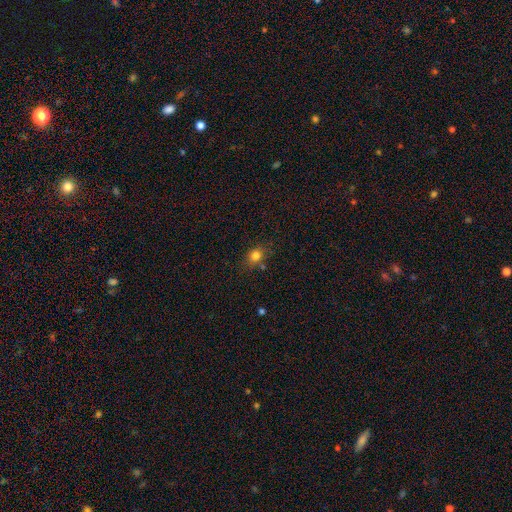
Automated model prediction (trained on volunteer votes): This appears to be a smooth galaxy with no disk features (78%) that is round (58%). Merging: none (73%).